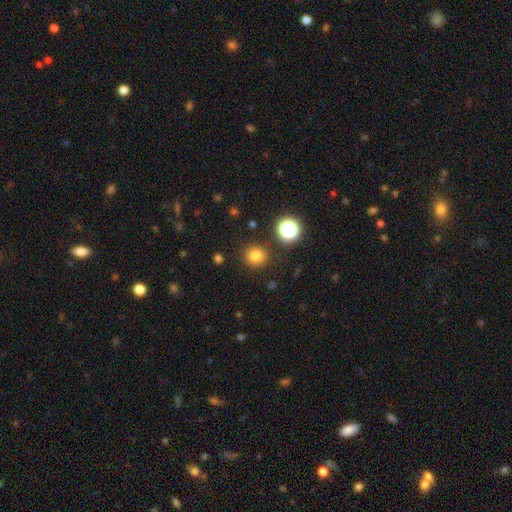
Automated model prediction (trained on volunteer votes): This appears to be a smooth galaxy with no disk features (78%) that is round (92%). Merging: none (88%).